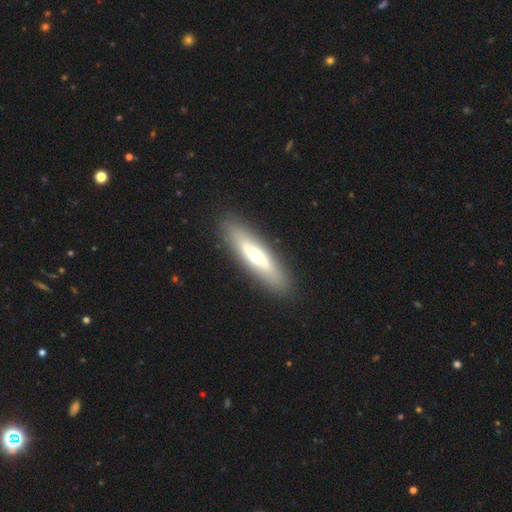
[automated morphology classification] featured or disk 49%, smooth 45%, star or artifact 6%. Down the decision tree: merging — none (90%).